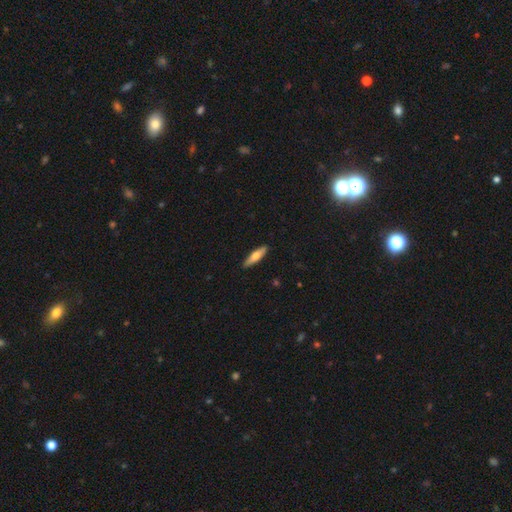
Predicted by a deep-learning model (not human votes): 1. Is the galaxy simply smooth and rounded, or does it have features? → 60% smooth, 35% featured or disk, 5% star or artifact.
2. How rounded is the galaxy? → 72% cigar-shaped, 26% in between, 2% round.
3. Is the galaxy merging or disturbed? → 89% none, 8% minor disturbance, 2% major disturbance, 1% merger.